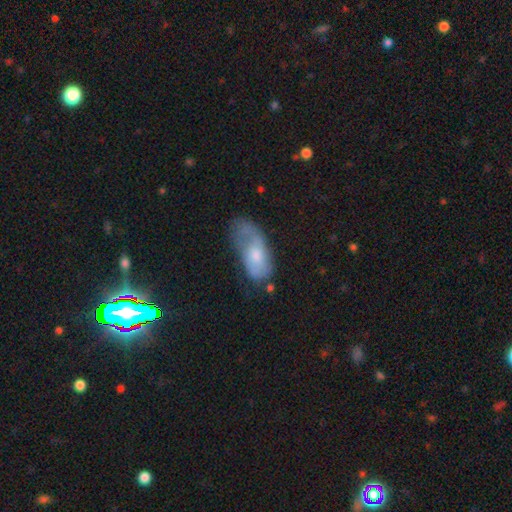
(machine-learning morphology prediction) The model was most divided on "merging" (2-way tie): major disturbance: 32%, minor disturbance: 32%, none: 31%, merger: 5%. More confident: how rounded — in between (89%); smooth or featured — smooth (52%).